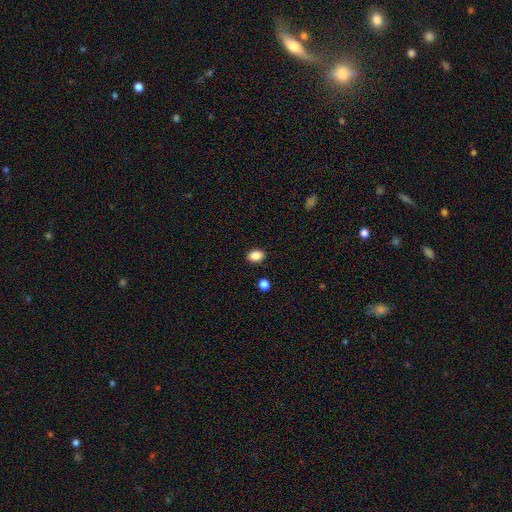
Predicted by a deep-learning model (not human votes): Smooth or featured: smooth — 87% (star or artifact — 9%)
How rounded: in between — 80% (round — 19%)
Merging: none — 88% (minor disturbance — 8%)